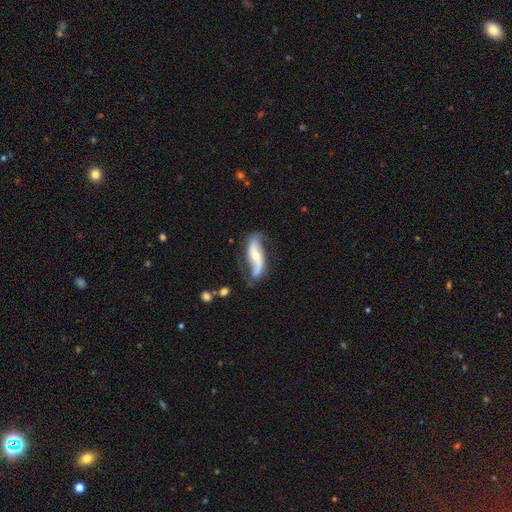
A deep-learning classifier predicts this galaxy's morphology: smooth_or_featured: featured or disk (p=0.83) [alt: smooth p=0.12]
disk_edge_on: no (p=0.91) [alt: yes p=0.09]
bar: no (p=0.39) [alt: strong p=0.32]
has_spiral_arms: yes (p=0.93) [alt: no p=0.07]
spiral_winding: loose (p=0.82) [alt: medium p=0.13]
spiral_arm_count: 2 (p=0.89) [alt: 1 p=0.05]
bulge_size: small (p=0.48) [alt: moderate p=0.47]
merging: none (p=0.66) [alt: minor disturbance p=0.21]